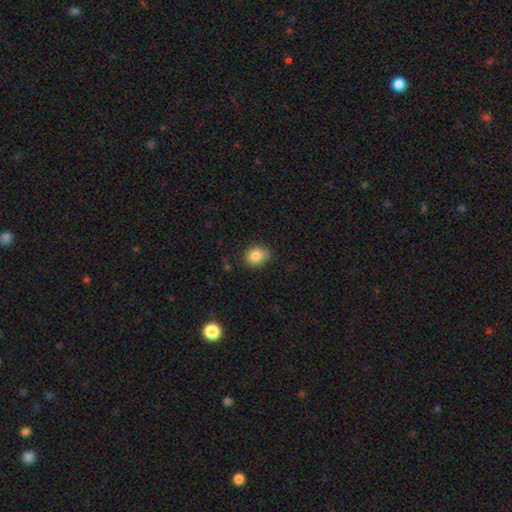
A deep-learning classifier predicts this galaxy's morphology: smooth 85%, star or artifact 9%, featured or disk 6%. Down the decision tree: how rounded — round (58%); merging — none (79%).